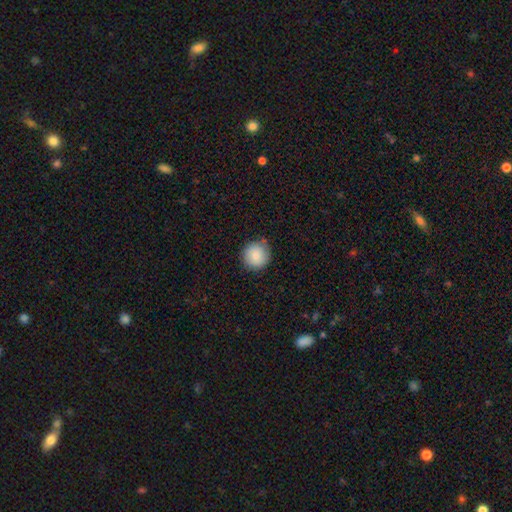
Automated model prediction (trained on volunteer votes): smooth-or-featured: smooth: 83% | featured or disk: 10% | star or artifact: 8%
  how-rounded: round: 94% | in between: 5% | cigar-shaped: 1%
  merging: none: 78% | minor disturbance: 17% | major disturbance: 3% | merger: 1%